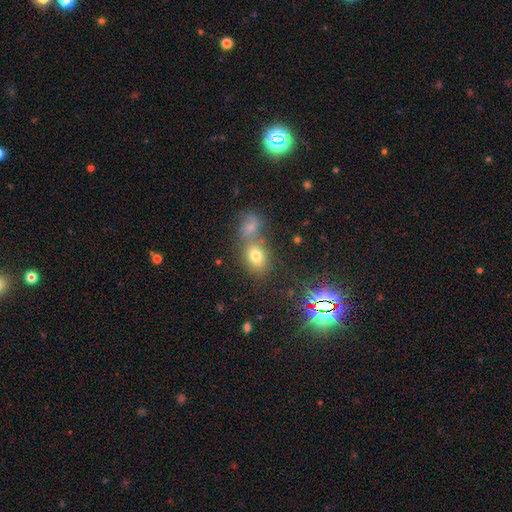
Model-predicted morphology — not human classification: This is likely a smooth galaxy (69%). How rounded: likely in between (63%). Merging: possibly none (51%).